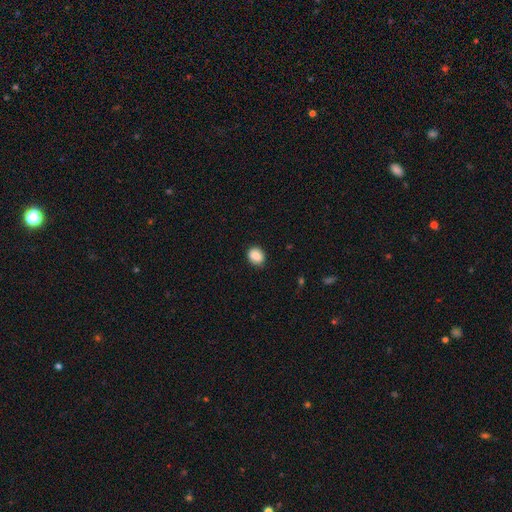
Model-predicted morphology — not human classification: The model was most divided on "how rounded": round: 54%, in between: 45%, cigar-shaped: 1%. More confident: smooth or featured — smooth (88%); merging — none (86%).